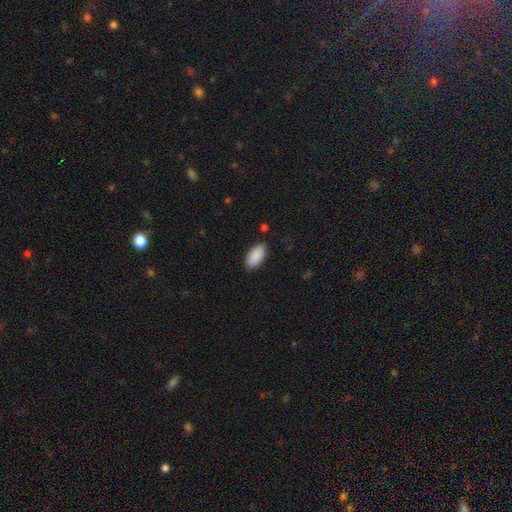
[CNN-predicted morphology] Overall: smooth (91%). How rounded: in between (94%). Merging: none (88%).